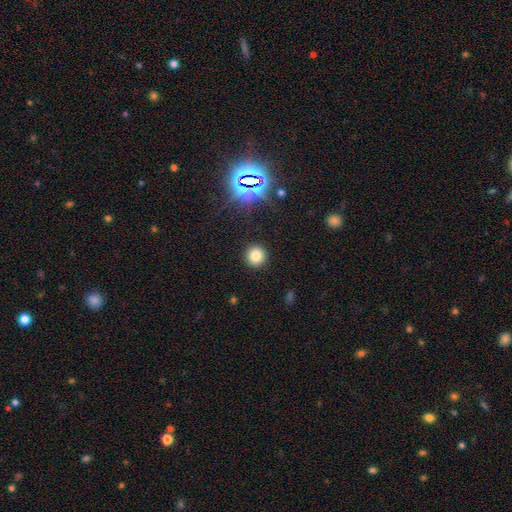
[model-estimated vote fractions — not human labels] Smooth or featured? smooth (78%)
How rounded? round (93%)
Merging? none (91%)